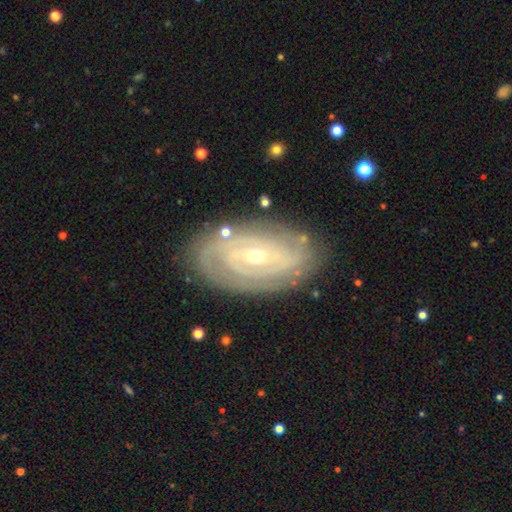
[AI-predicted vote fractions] Q: Smooth or featured?
A: featured or disk (83%); runner-up: smooth (11%)
Q: Edge-on disk?
A: no (93%); runner-up: yes (7%)
Q: Bar?
A: no (60%); runner-up: weak (28%)
Q: Spiral arms?
A: yes (88%); runner-up: no (12%)
Q: Spiral winding?
A: tight (78%); runner-up: medium (17%)
Q: Spiral arm count?
A: can't tell (42%); runner-up: 2 (27%)
Q: Bulge size?
A: small (59%); runner-up: moderate (38%)
Q: Merging?
A: none (80%); runner-up: minor disturbance (14%)